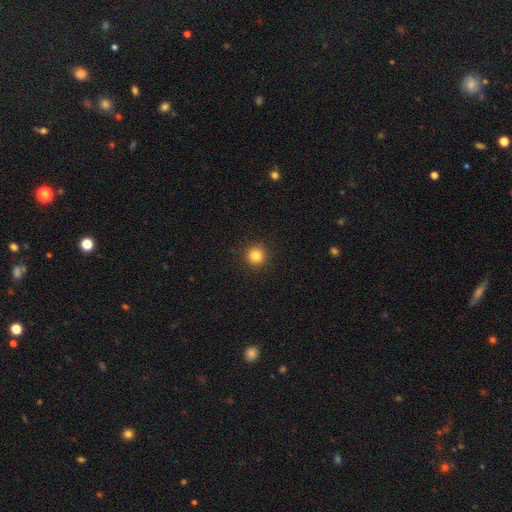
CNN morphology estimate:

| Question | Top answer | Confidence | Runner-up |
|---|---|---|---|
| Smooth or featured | smooth | 83% | star or artifact (12%) |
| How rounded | round | 95% | in between (4%) |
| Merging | none | 92% | minor disturbance (5%) |